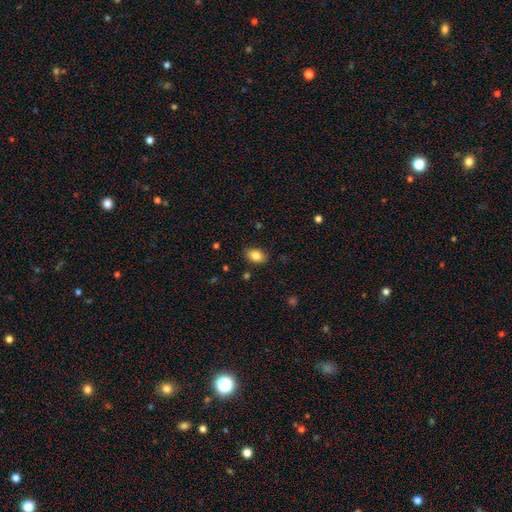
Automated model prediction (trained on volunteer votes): smooth 84%, star or artifact 9%, featured or disk 8%. Down the decision tree: how rounded — in between (83%); merging — none (84%).